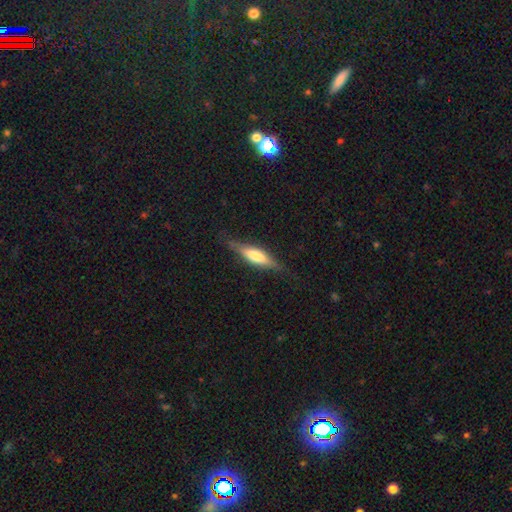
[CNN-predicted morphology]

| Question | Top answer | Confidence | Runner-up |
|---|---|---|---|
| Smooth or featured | featured or disk | 47% | tied: smooth (47%) |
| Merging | none | 78% | minor disturbance (17%) |